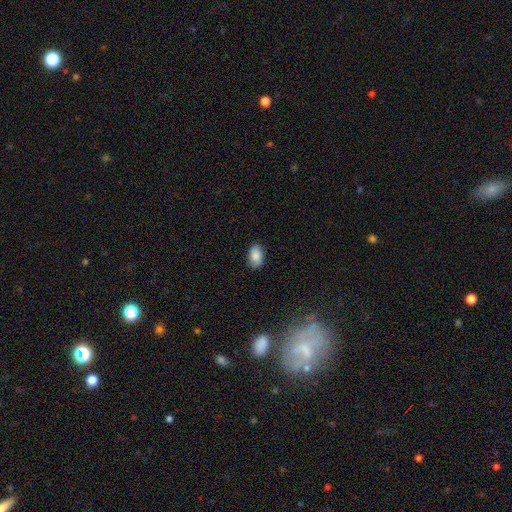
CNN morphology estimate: Smooth or featured: smooth — 87% (star or artifact — 7%)
How rounded: in between — 92% (round — 7%)
Merging: none — 85% (minor disturbance — 12%)